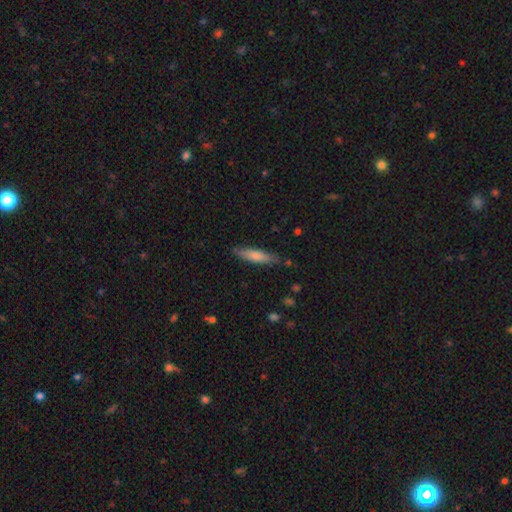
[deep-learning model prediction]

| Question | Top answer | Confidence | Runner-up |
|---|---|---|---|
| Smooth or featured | smooth | 71% | featured or disk (23%) |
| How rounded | cigar-shaped | 79% | in between (19%) |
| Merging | none | 82% | minor disturbance (14%) |